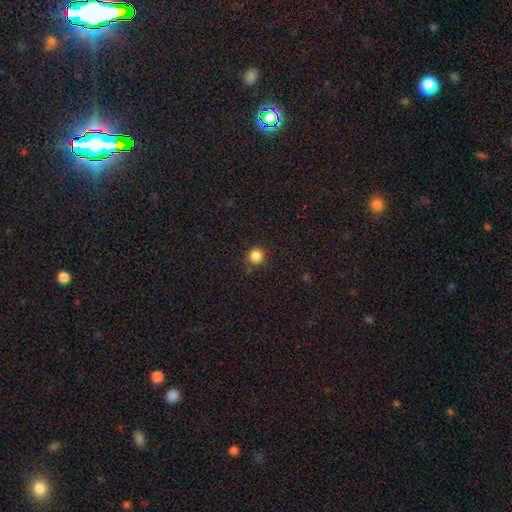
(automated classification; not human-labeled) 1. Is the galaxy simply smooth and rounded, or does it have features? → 85% smooth, 12% star or artifact, 3% featured or disk.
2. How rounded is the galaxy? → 94% round, 5% in between, 1% cigar-shaped.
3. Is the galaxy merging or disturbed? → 84% none, 12% minor disturbance, 3% major disturbance, 2% merger.